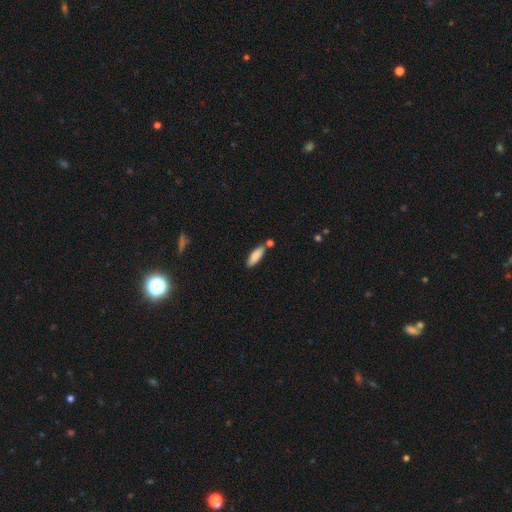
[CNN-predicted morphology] Smooth or featured? Predicted: smooth (p=0.85). How rounded? Predicted: in between (p=0.57). Merging? Predicted: none (p=0.71).